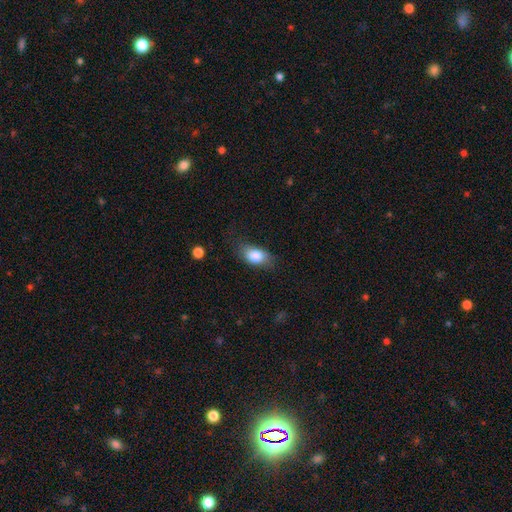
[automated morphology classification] Smooth or featured? Predicted: smooth (p=0.82). How rounded? Predicted: in between (p=0.85). Merging? Predicted: none (p=0.70).